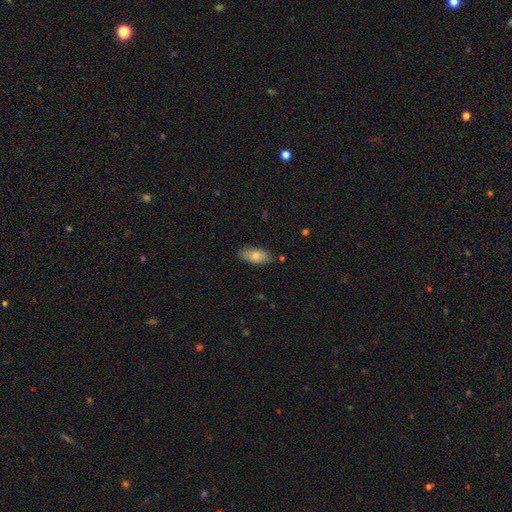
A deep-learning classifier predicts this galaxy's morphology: type=smooth (78%); roundness=in between (88%); merging=none (82%).